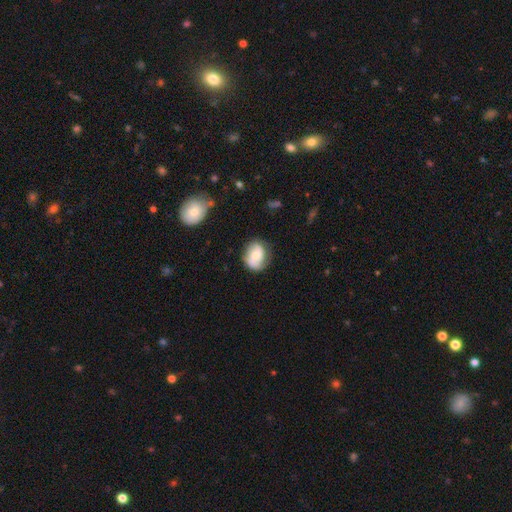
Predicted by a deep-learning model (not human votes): smooth-or-featured: featured or disk: 52% | smooth: 41% | star or artifact: 7%
  disk-edge-on: no: 97% | yes: 3%
    bar: no: 65% | weak: 29% | strong: 6%
    has-spiral-arms: yes: 84% | no: 16%
    bulge-size: moderate: 49% | small: 41% | large: 4% | none: 4% | dominant: 1%
  merging: none: 67% | minor disturbance: 24% | major disturbance: 7% | merger: 3%